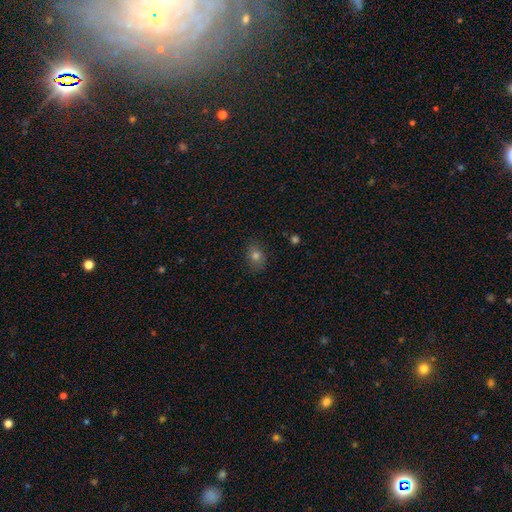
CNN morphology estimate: smooth_or_featured: smooth (p=0.74) [alt: star or artifact p=0.16]
how_rounded: in between (p=0.54) [alt: round p=0.44]
merging: none (p=0.83) [alt: minor disturbance p=0.13]